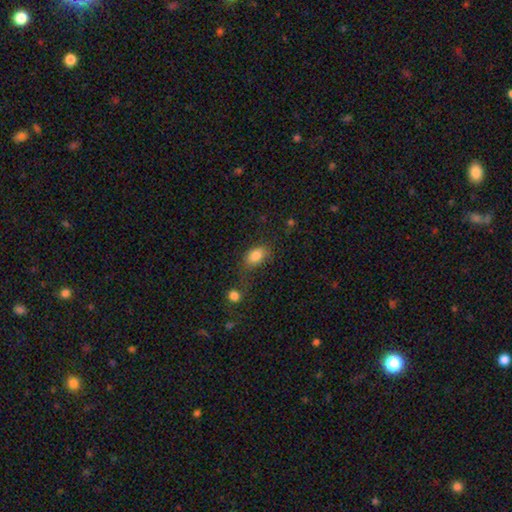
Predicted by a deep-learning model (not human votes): Smooth or featured: smooth — 83% (star or artifact — 9%)
How rounded: in between — 83% (round — 15%)
Merging: none — 55% (minor disturbance — 20%)